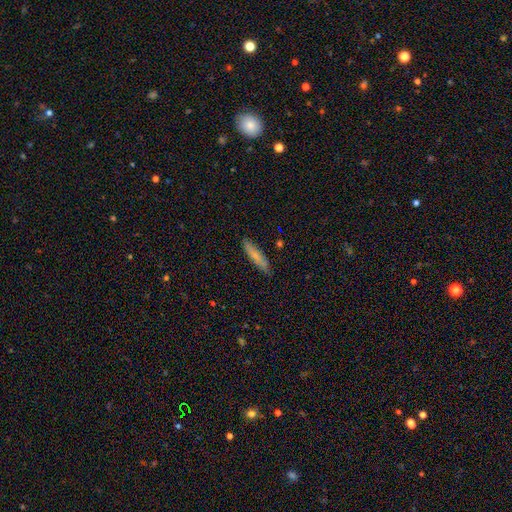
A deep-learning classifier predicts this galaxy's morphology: Smooth or featured? smooth (74%)
How rounded? cigar-shaped (87%)
Merging? none (86%)